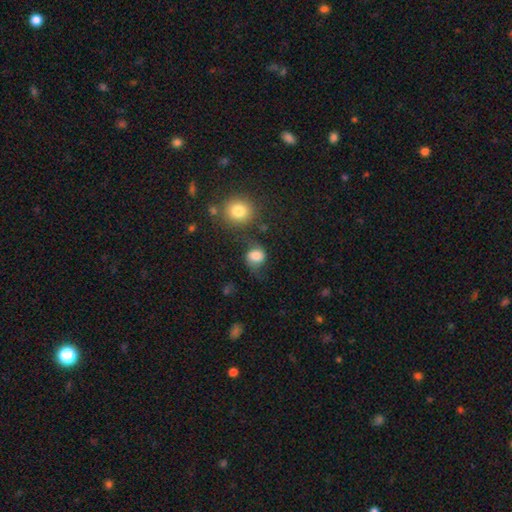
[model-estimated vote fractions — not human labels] smooth 72%, featured or disk 17%, star or artifact 11%. Down the decision tree: how rounded — round (65%); merging — none (48%).